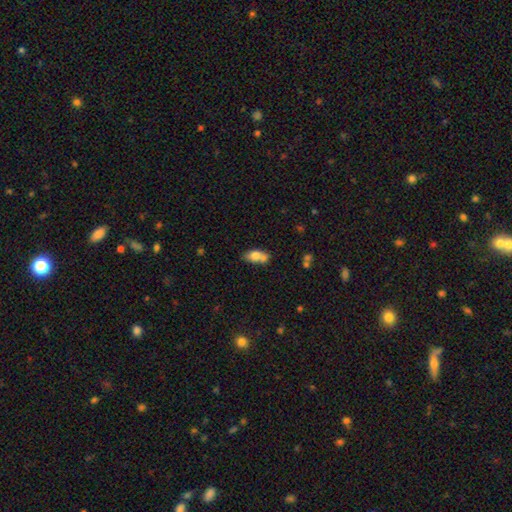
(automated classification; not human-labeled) Smooth or featured?
  - smooth: 71% *
  - featured or disk: 21%
  - star or artifact: 8%
How rounded?
  - in between: 82% *
  - round: 11%
  - cigar-shaped: 7%
Merging?
  - merger: 40% *
  - none: 39%
  - minor disturbance: 16%
  - major disturbance: 6%